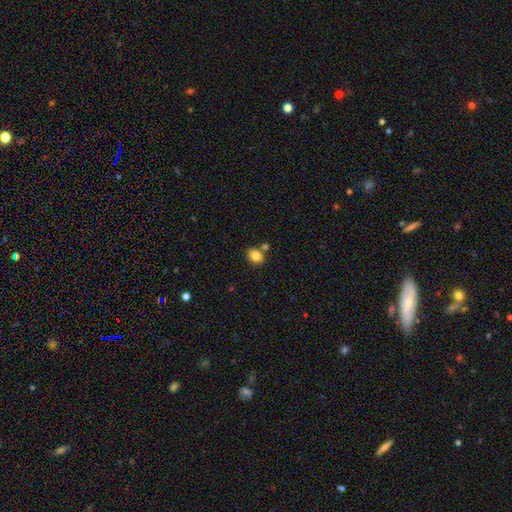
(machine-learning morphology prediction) Smooth or featured?
  - smooth: 84% *
  - star or artifact: 9%
  - featured or disk: 7%
How rounded?
  - in between: 63% *
  - round: 36%
  - cigar-shaped: 1%
Merging?
  - none: 73% *
  - merger: 13%
  - minor disturbance: 11%
  - major disturbance: 3%